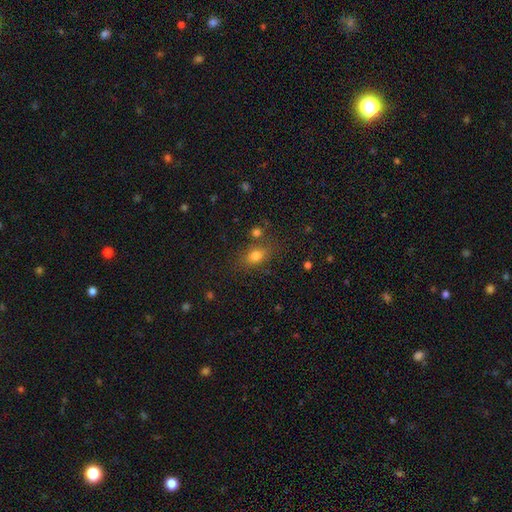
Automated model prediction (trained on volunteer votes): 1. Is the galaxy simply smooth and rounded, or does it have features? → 77% smooth, 14% star or artifact, 10% featured or disk.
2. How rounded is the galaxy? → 65% in between, 31% round, 3% cigar-shaped.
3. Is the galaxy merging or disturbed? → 72% none, 14% minor disturbance, 9% merger, 5% major disturbance.